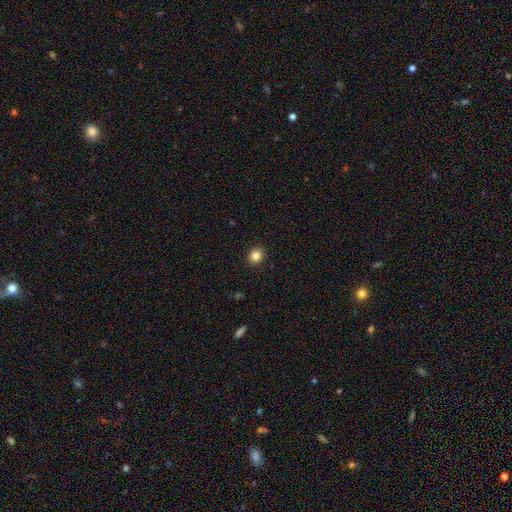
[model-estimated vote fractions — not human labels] A smooth galaxy with no disk features (84%) that is round (75%). Merging: none (92%).